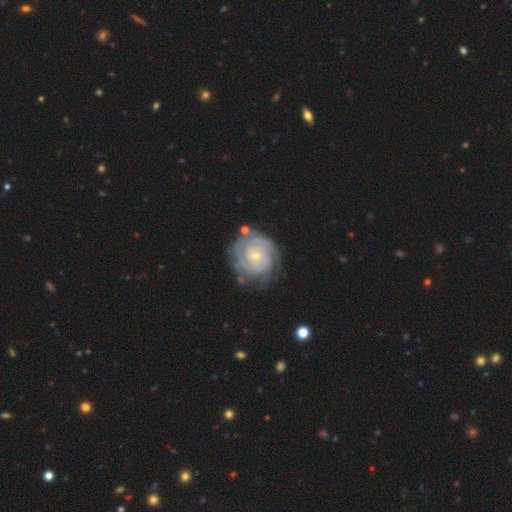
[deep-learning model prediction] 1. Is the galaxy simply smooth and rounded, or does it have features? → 88% featured or disk, 7% smooth, 5% star or artifact.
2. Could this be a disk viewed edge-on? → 98% no, 2% yes.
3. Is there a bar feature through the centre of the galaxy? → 71% no, 23% weak, 6% strong.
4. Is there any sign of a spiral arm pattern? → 97% yes, 3% no.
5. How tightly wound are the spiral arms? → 81% tight, 16% medium, 3% loose.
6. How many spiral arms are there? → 27% 2, 26% 3, 23% can't tell, 13% 4, 5% more than 4, 5% 1.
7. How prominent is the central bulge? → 67% small, 29% moderate, 1% none, 1% large, 1% dominant.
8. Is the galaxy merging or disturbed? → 72% none, 18% minor disturbance, 7% major disturbance, 3% merger.